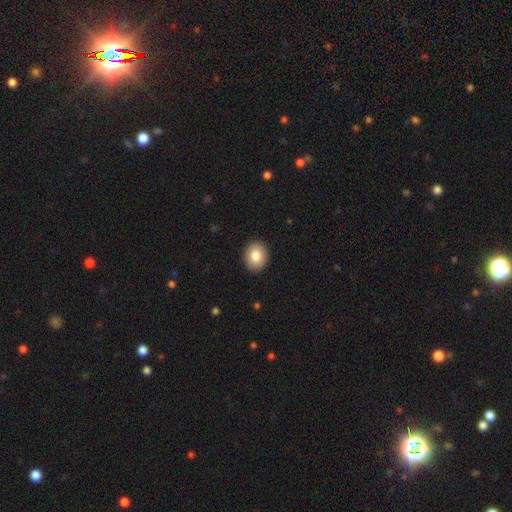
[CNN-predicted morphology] Smooth or featured? smooth (83%)
How rounded? round (52%)
Merging? none (91%)